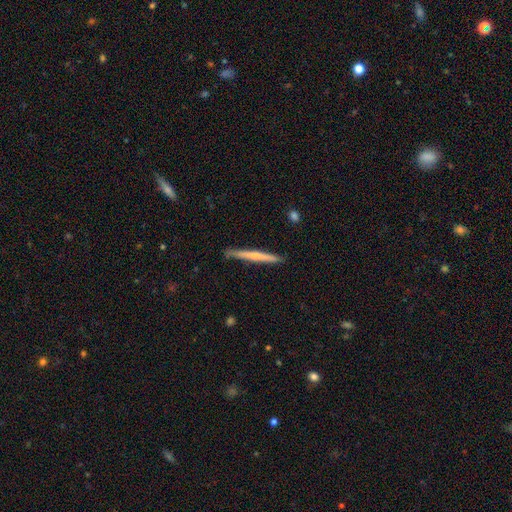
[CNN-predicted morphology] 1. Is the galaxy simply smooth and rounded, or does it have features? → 51% smooth, 43% featured or disk, 5% star or artifact.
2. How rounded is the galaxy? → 97% cigar-shaped, 2% in between, 1% round.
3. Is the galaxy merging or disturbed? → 87% none, 10% minor disturbance, 2% major disturbance, 1% merger.